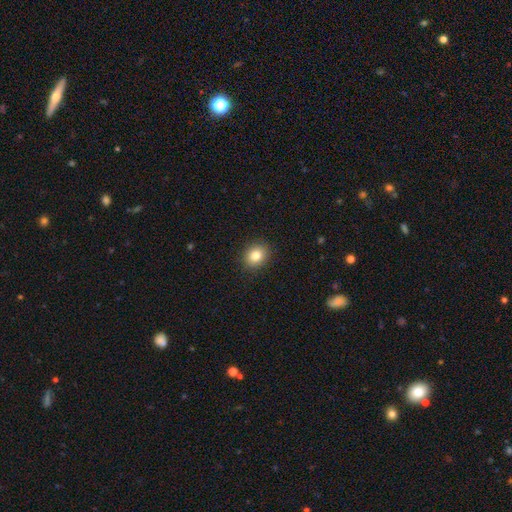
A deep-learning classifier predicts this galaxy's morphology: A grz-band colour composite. It shows a smooth galaxy with no disk features (83%) that is round (60%). Merging: none (90%).